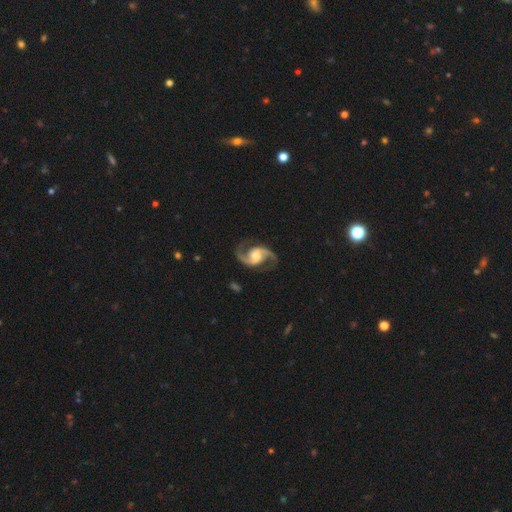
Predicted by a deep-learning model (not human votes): The model was most divided on "bar": no: 51%, weak: 36%, strong: 13%. More confident: spiral arms — yes (98%); edge-on disk — no (98%); spiral arm count — 2 (95%); smooth or featured — featured or disk (93%); merging — none (83%); spiral winding — medium (58%); bulge size — moderate (56%).